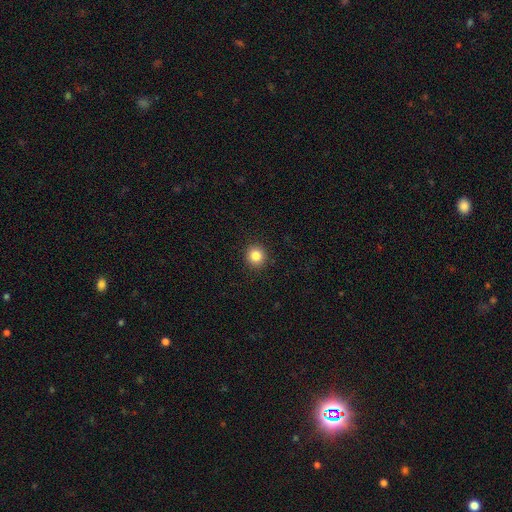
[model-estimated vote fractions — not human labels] smooth 84%, star or artifact 11%, featured or disk 5%. Down the decision tree: how rounded — round (93%); merging — none (92%).